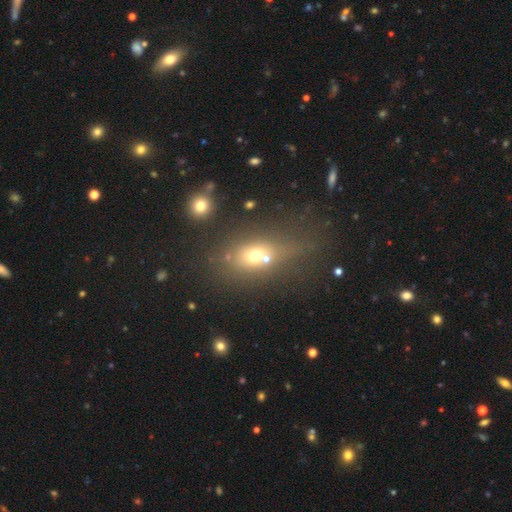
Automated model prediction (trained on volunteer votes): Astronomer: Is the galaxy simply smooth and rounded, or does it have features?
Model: smooth — 60%.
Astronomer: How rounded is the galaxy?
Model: in between — 56% (runner-up: round, 38%).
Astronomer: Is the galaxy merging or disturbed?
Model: none — 42% (runner-up: merger, 30%).